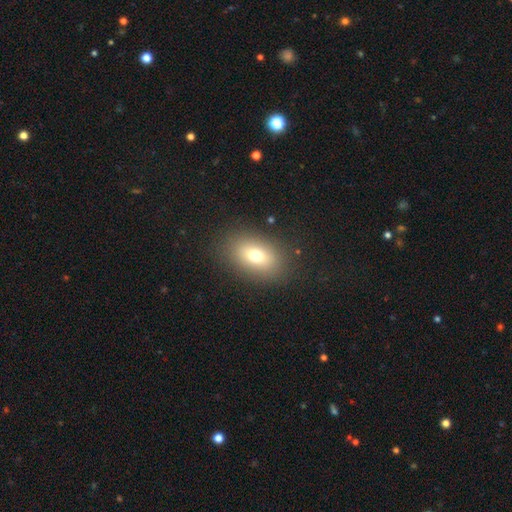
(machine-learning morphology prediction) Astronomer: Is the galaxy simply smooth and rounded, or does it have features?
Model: smooth — 73%.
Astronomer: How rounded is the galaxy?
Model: in between — 80%.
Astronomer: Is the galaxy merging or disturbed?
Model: none — 85%.